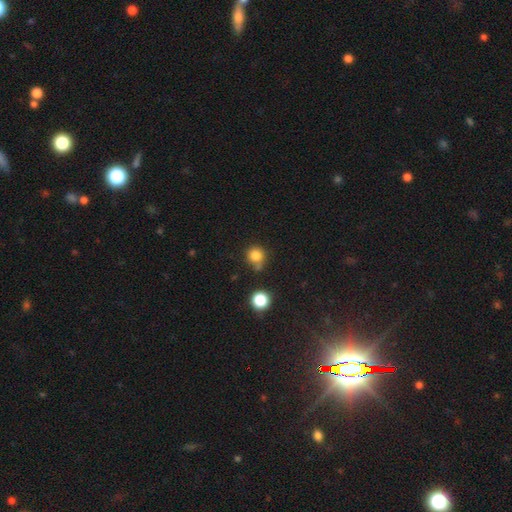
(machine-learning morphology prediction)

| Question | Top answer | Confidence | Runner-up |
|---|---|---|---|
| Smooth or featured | smooth | 81% | star or artifact (13%) |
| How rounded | round | 90% | in between (9%) |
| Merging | none | 67% | minor disturbance (15%) |